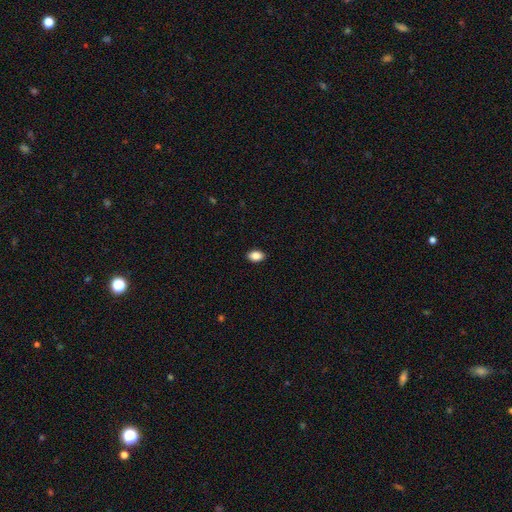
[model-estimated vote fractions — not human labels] smooth_or_featured: smooth (p=0.88) [alt: star or artifact p=0.08]
how_rounded: in between (p=0.86) [alt: round p=0.12]
merging: none (p=0.90) [alt: minor disturbance p=0.07]